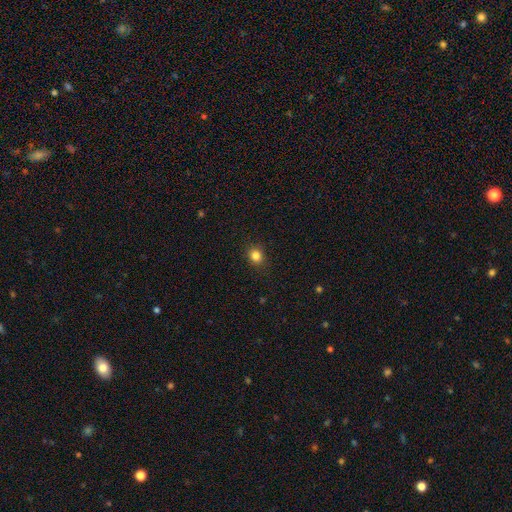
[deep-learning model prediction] Smooth or featured? Predicted: smooth (p=0.84). How rounded? Predicted: round (p=0.77). Merging? Predicted: none (p=0.89).